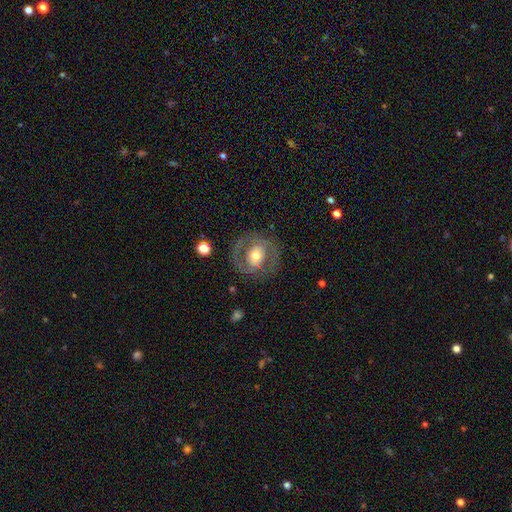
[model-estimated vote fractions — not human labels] Smooth or featured? Predicted: featured or disk (p=0.60). Edge-on disk? Predicted: no (p=0.96). Bar? Predicted: no (p=0.62). Spiral arms? Predicted: no (p=0.55). Bulge size? Predicted: moderate (p=0.64). Merging? Predicted: none (p=0.77).